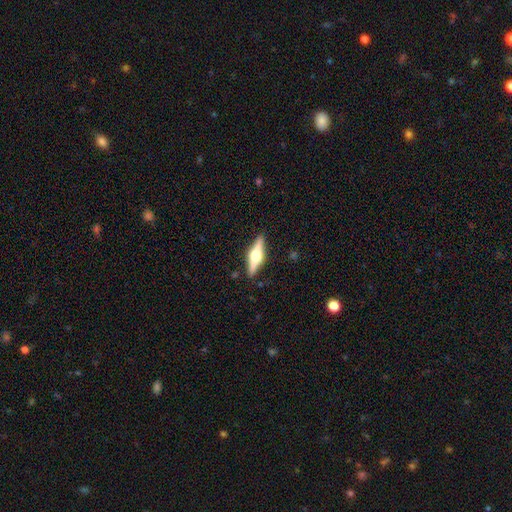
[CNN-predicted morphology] Smooth or featured? Predicted: featured or disk (p=0.72). Edge-on disk? Predicted: yes (p=0.97). Edge-on bulge? Predicted: rounded (p=0.94). Merging? Predicted: none (p=0.89).